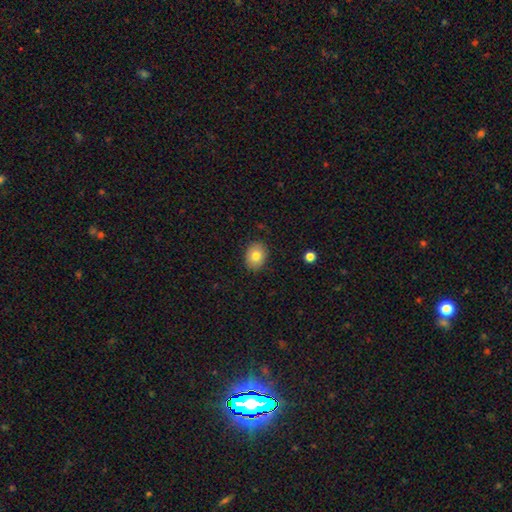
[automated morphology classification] type=smooth (79%); roundness=in between (51%); merging=none (86%).